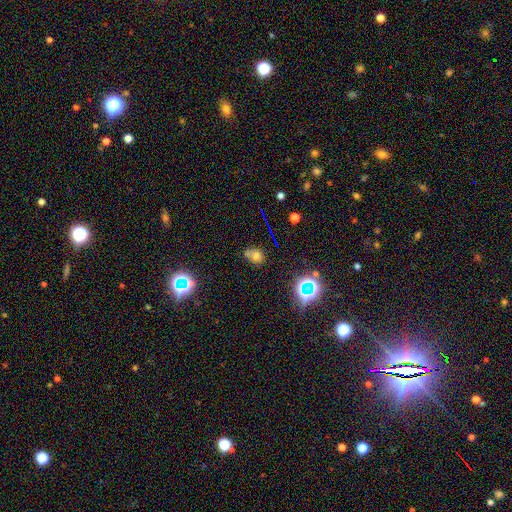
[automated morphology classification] The model was most divided on "how rounded": round: 60%, in between: 38%, cigar-shaped: 2%. More confident: smooth or featured — smooth (62%); merging — none (55%).